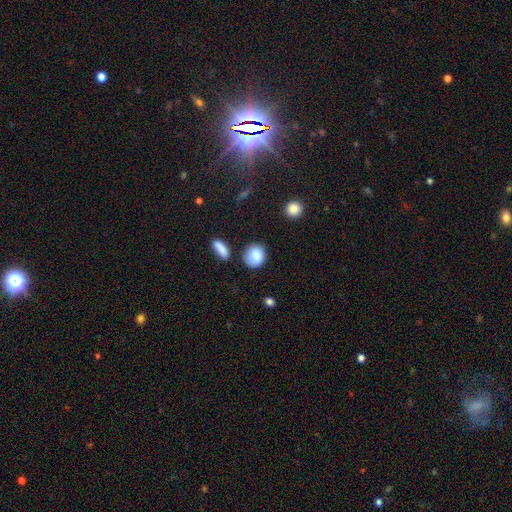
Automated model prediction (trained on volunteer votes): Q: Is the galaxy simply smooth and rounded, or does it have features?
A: smooth — 86%.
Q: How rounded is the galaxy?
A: round — 65%.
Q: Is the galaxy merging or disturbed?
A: none — 70%.